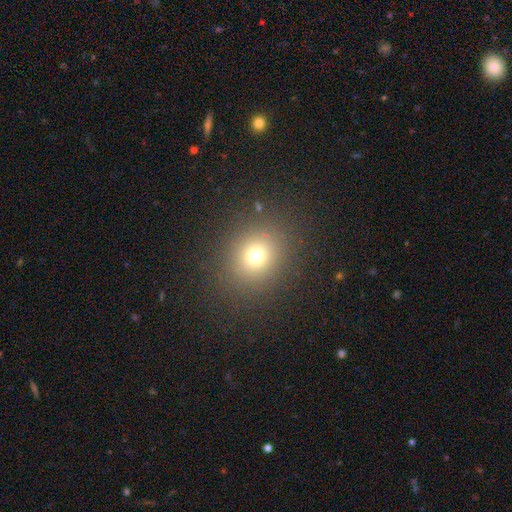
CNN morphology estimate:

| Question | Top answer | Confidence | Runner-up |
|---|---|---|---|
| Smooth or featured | smooth | 72% | star or artifact (19%) |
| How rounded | round | 76% | in between (23%) |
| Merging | none | 87% | minor disturbance (7%) |